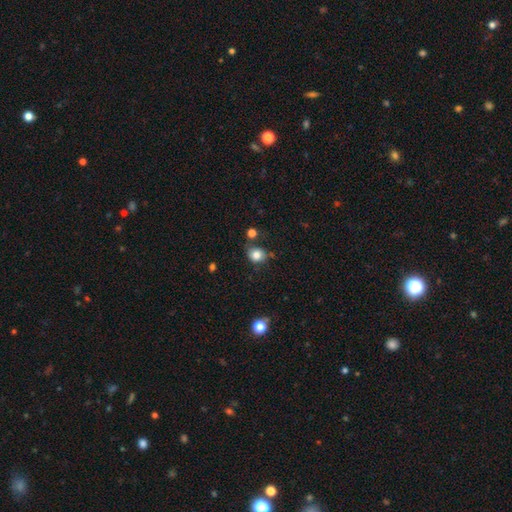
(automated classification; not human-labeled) Smooth or featured? smooth (82%)
How rounded? round (71%)
Merging? none (67%)